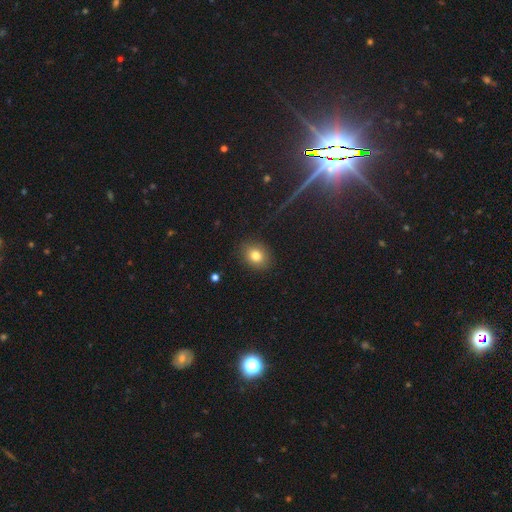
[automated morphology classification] This is likely a smooth galaxy (80%). How rounded: possibly round (54%). Merging: clearly none (87%).